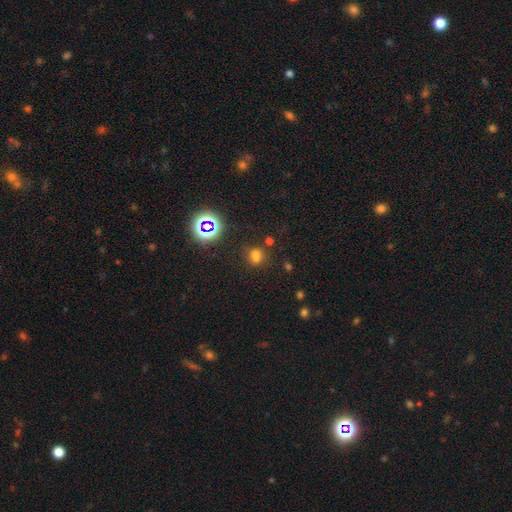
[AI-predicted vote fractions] smooth_or_featured: smooth (p=0.64) [alt: star or artifact p=0.29]
how_rounded: round (p=0.57) [alt: in between p=0.41]
merging: none (p=0.72) [alt: minor disturbance p=0.14]